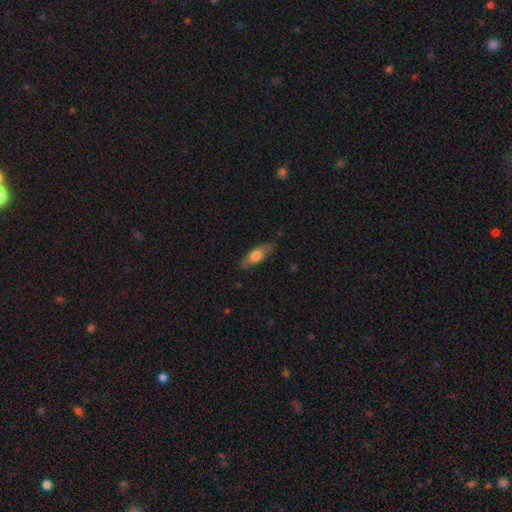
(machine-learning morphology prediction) smooth 64%, featured or disk 30%, star or artifact 6%. Down the decision tree: how rounded — in between (62%); merging — none (82%).